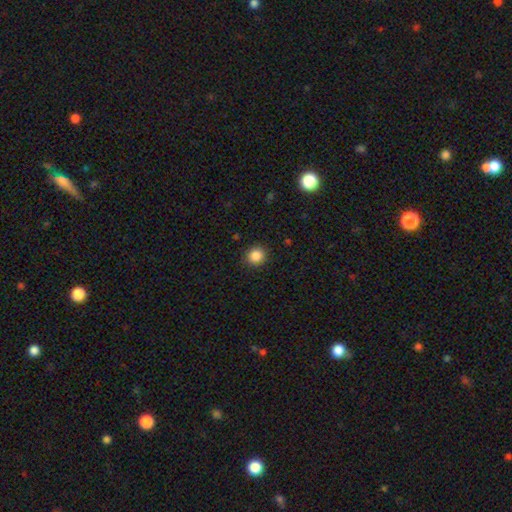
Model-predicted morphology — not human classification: The model was most divided on "smooth or featured": smooth: 86%, star or artifact: 10%, featured or disk: 4%. More confident: merging — none (91%); how rounded — round (90%).